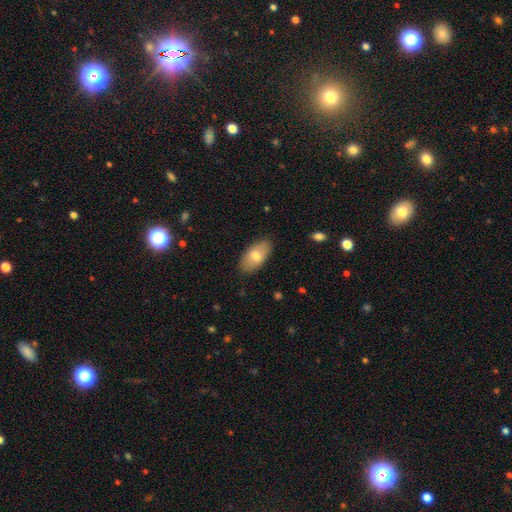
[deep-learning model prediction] Q: Smooth or featured?
A: smooth (73%); runner-up: featured or disk (20%)
Q: How rounded?
A: in between (93%); runner-up: cigar-shaped (4%)
Q: Merging?
A: none (86%); runner-up: minor disturbance (11%)